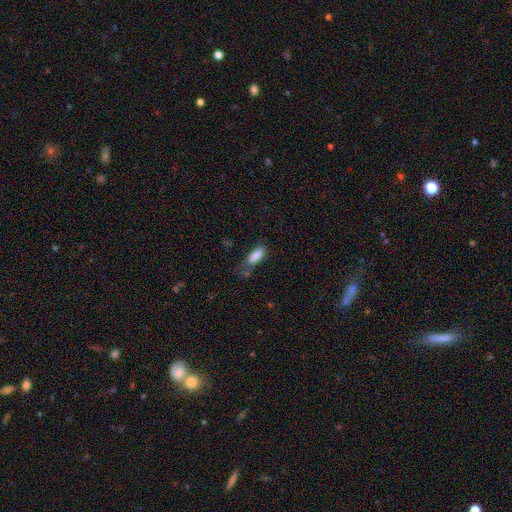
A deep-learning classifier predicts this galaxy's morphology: Smooth or featured: smooth — 84% (star or artifact — 9%)
How rounded: in between — 70% (cigar-shaped — 28%)
Merging: none — 47% (minor disturbance — 30%)